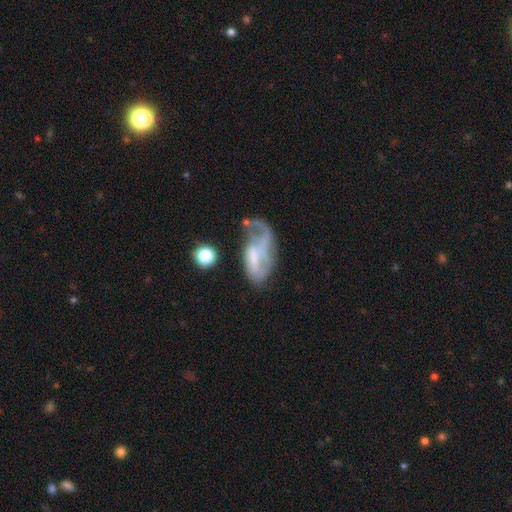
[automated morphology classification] Smooth or featured? Predicted: featured or disk (p=0.58). Edge-on disk? Predicted: no (p=0.93). Bar? Predicted: no (p=0.49). Spiral arms? Predicted: yes (p=0.55). Bulge size? Predicted: none (p=0.45). Merging? Predicted: major disturbance (p=0.43).